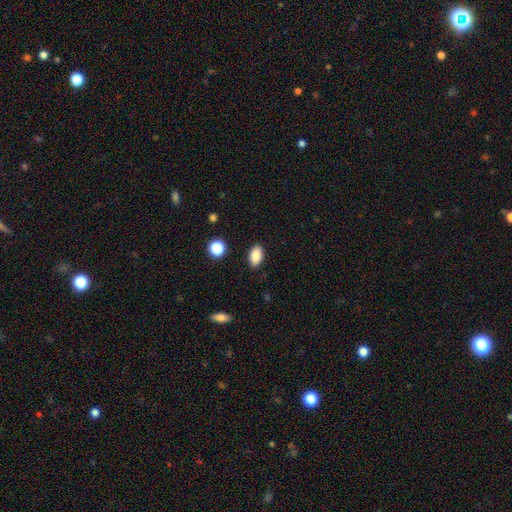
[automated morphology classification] A smooth galaxy with no disk features (87%) that is in between round and cigar-shaped (91%).

Vote fractions:
- Smooth or featured? smooth: 87% / star or artifact: 8% / featured or disk: 4%
- How rounded? in between: 91% / round: 7% / cigar-shaped: 2%
- Merging? none: 88% / minor disturbance: 8% / major disturbance: 2% / merger: 1%